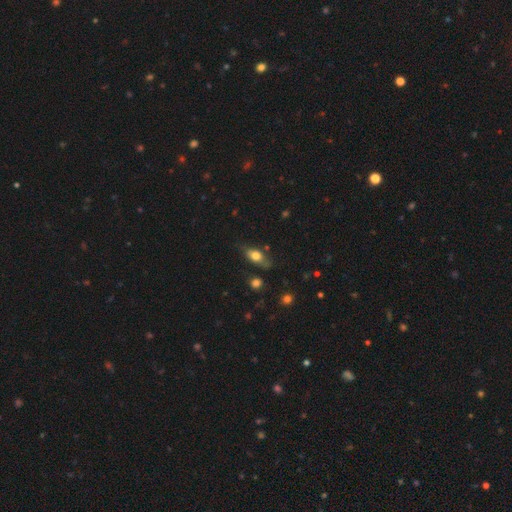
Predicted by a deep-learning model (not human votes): Q: Smooth or featured?
A: smooth (70%); runner-up: featured or disk (23%)
Q: How rounded?
A: in between (81%); runner-up: cigar-shaped (13%)
Q: Merging?
A: none (68%); runner-up: minor disturbance (22%)